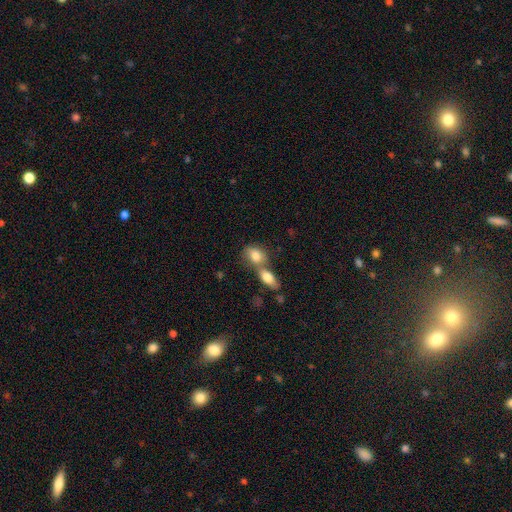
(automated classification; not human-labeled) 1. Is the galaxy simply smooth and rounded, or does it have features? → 82% smooth, 11% featured or disk, 7% star or artifact.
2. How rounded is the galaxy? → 72% in between, 25% round, 3% cigar-shaped.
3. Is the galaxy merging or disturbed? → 56% merger, 33% none, 8% minor disturbance, 3% major disturbance.